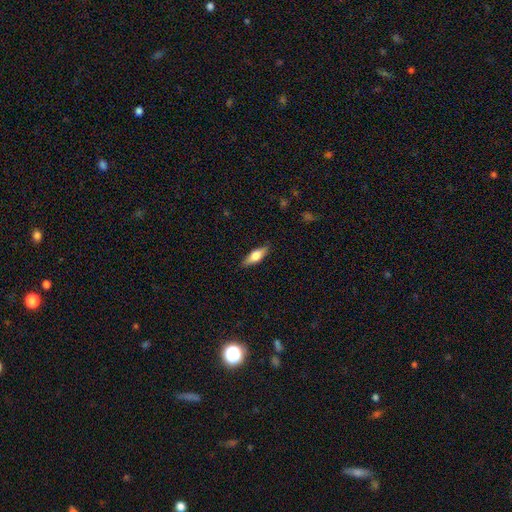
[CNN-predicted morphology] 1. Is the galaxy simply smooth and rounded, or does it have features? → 62% smooth, 32% featured or disk, 6% star or artifact.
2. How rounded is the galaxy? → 58% in between, 39% cigar-shaped, 3% round.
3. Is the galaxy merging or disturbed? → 86% none, 11% minor disturbance, 2% major disturbance, 1% merger.